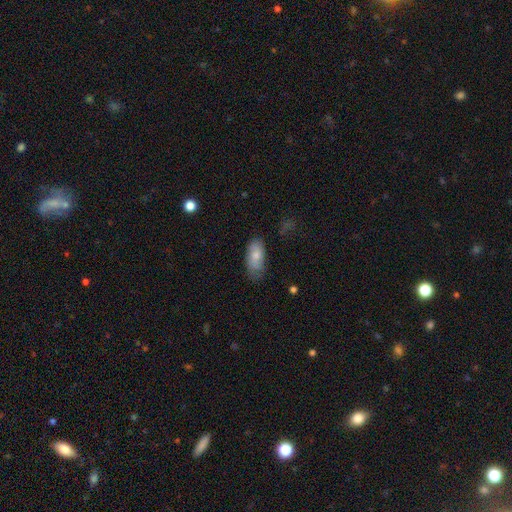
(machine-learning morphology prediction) Smooth or featured?
  - smooth: 74% *
  - featured or disk: 20%
  - star or artifact: 6%
How rounded?
  - in between: 90% *
  - cigar-shaped: 7%
  - round: 3%
Merging?
  - none: 67% *
  - minor disturbance: 25%
  - major disturbance: 6%
  - merger: 2%